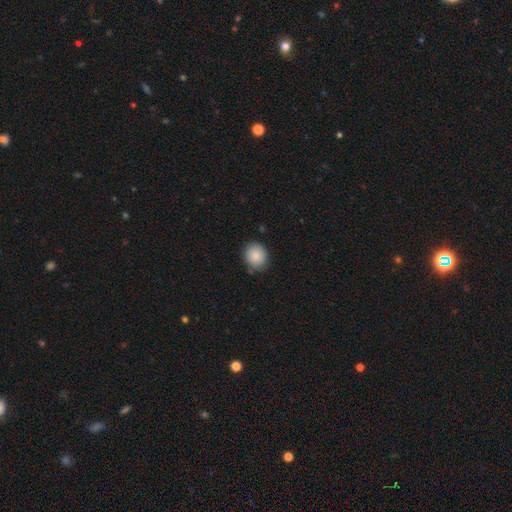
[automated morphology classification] smooth_or_featured: smooth (p=0.87) [alt: star or artifact p=0.08]
how_rounded: round (p=0.75) [alt: in between p=0.25]
merging: none (p=0.85) [alt: minor disturbance p=0.11]